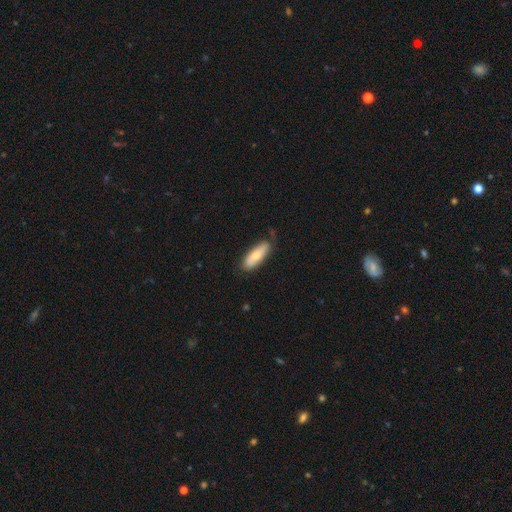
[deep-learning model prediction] Smooth or featured: smooth — 71% (featured or disk — 23%)
How rounded: in between — 67% (cigar-shaped — 31%)
Merging: none — 75% (minor disturbance — 20%)